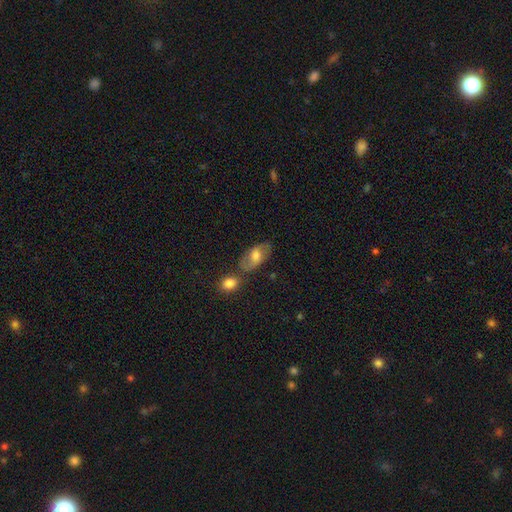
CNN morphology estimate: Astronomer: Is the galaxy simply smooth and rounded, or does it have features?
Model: smooth — 62%.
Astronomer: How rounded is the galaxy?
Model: in between — 91%.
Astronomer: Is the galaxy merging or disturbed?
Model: none — 65%.